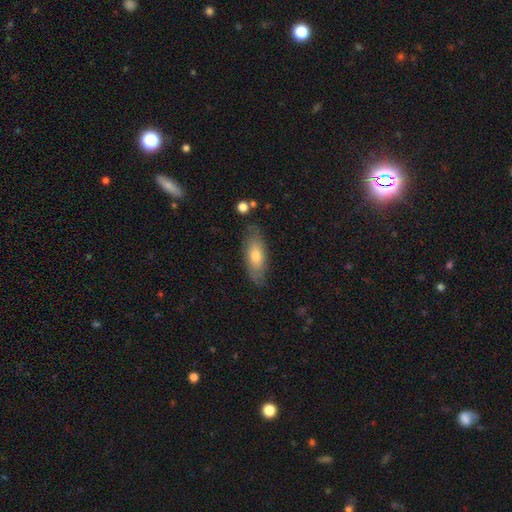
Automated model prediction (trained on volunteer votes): This is likely a smooth galaxy (62%). How rounded: likely in between (75%). Merging: likely none (76%).